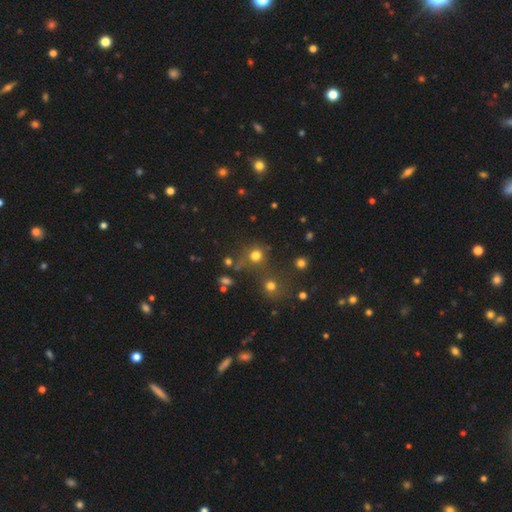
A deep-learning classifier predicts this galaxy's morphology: smooth 72%, star or artifact 21%, featured or disk 7%. Down the decision tree: how rounded — round (88%); merging — none (63%).